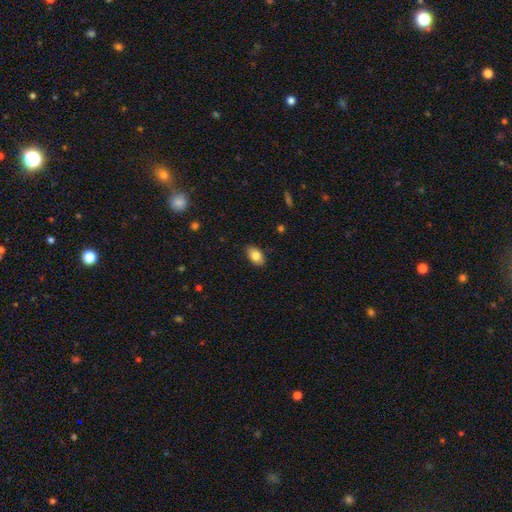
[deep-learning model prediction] This appears to be a smooth galaxy with no disk features (82%) that is in between round and cigar-shaped (91%). Merging: none (86%).